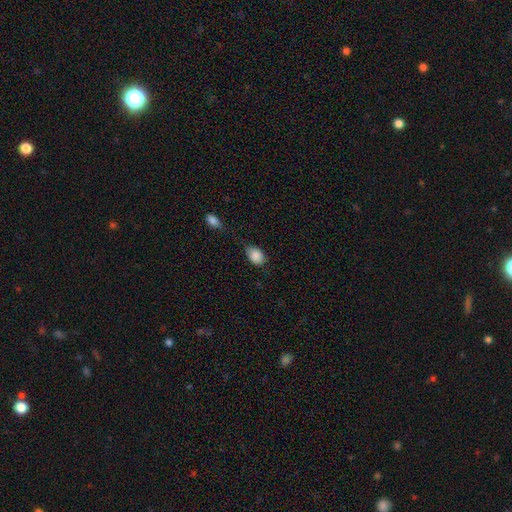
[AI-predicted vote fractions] Overall: smooth (88%). How rounded: in between (76%). Merging: none (59%; minor disturbance 28%).